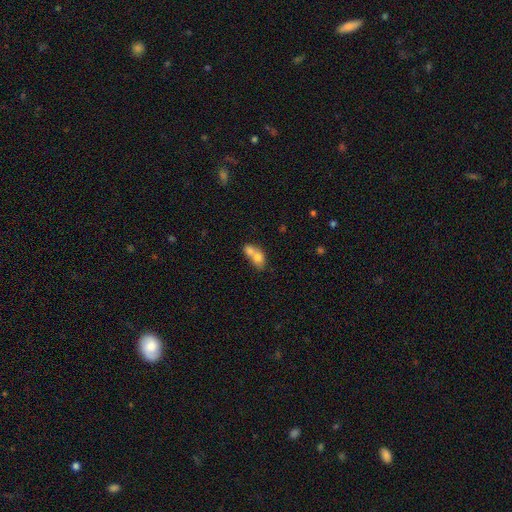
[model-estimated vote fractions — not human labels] The model was most divided on "how rounded": in between: 65%, round: 31%, cigar-shaped: 3%. More confident: merging — merger (74%); smooth or featured — smooth (70%).